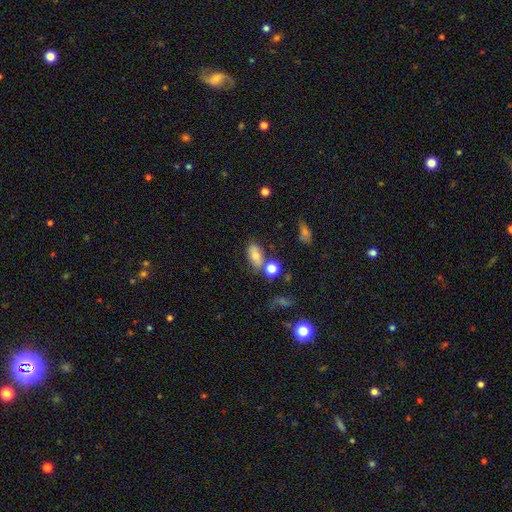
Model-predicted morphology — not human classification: smooth 74%, featured or disk 15%, star or artifact 11%. Down the decision tree: how rounded — in between (86%); merging — none (66%).